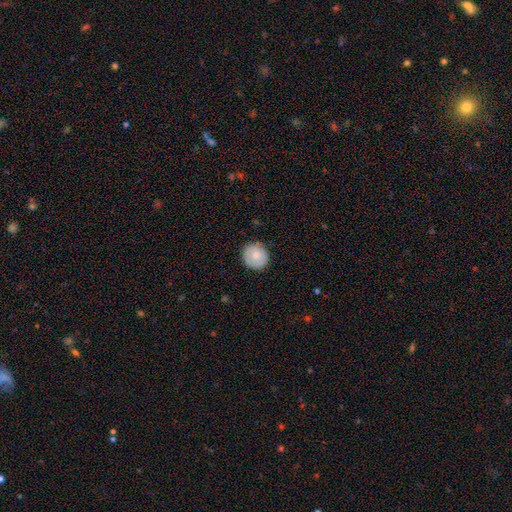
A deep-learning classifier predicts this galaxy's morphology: smooth 76%, featured or disk 17%, star or artifact 7%. Down the decision tree: how rounded — round (88%); merging — none (86%).